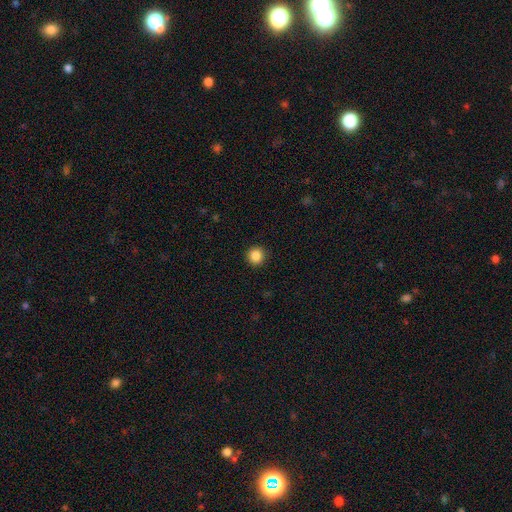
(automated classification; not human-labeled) Smooth or featured? smooth (86%)
How rounded? round (95%)
Merging? none (93%)